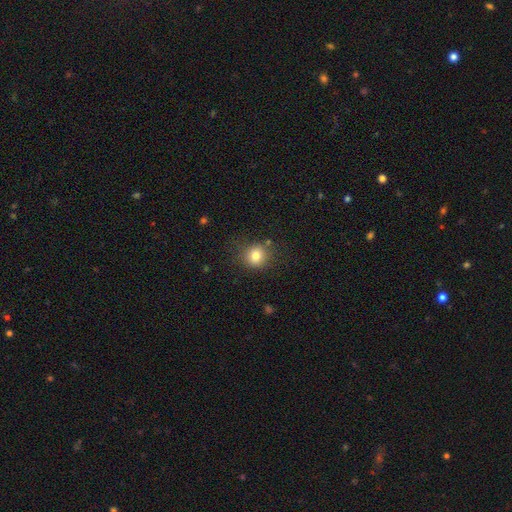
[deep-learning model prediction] Q: Smooth or featured?
A: smooth (80%); runner-up: star or artifact (12%)
Q: How rounded?
A: round (84%); runner-up: in between (15%)
Q: Merging?
A: none (78%); runner-up: minor disturbance (14%)